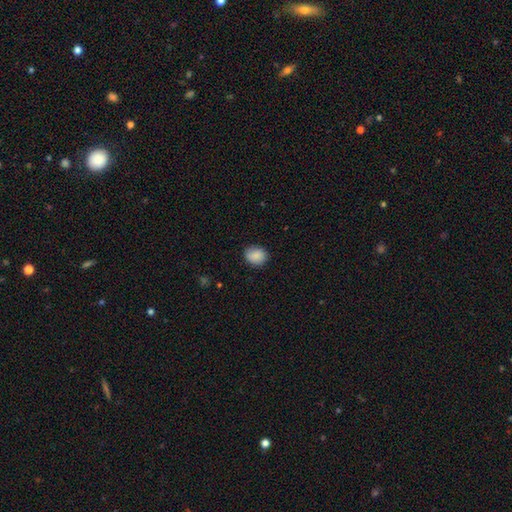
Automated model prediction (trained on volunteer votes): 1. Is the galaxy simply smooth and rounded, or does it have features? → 86% smooth, 8% star or artifact, 6% featured or disk.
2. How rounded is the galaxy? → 59% round, 40% in between, 1% cigar-shaped.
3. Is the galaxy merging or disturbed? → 84% none, 13% minor disturbance, 3% major disturbance, 1% merger.